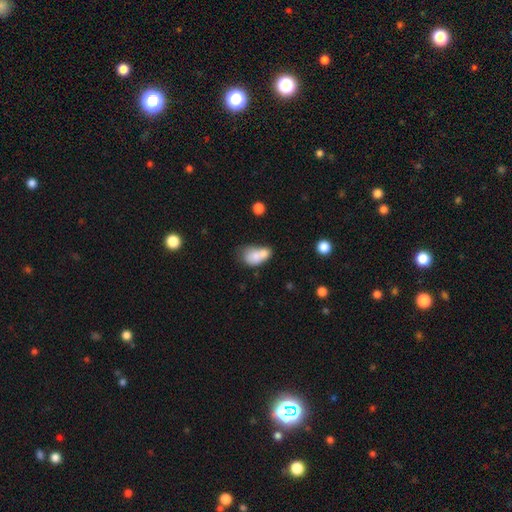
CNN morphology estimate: The model was most divided on "merging": merger: 59%, none: 20%, minor disturbance: 13%, major disturbance: 7%. More confident: how rounded — in between (78%); smooth or featured — smooth (74%).